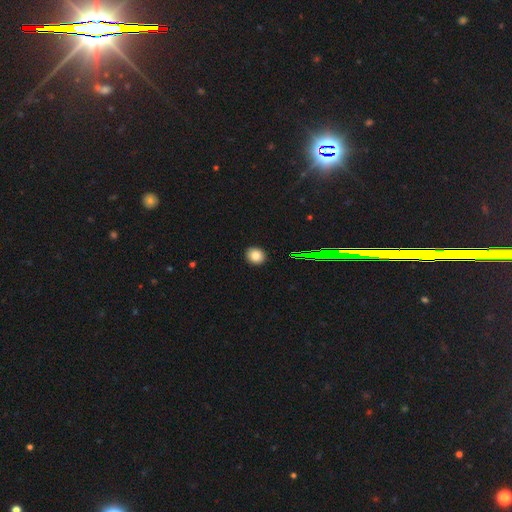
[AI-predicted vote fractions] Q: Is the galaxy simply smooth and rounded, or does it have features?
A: smooth — 82%.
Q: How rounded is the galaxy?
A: round — 74%.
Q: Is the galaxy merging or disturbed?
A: none — 91%.